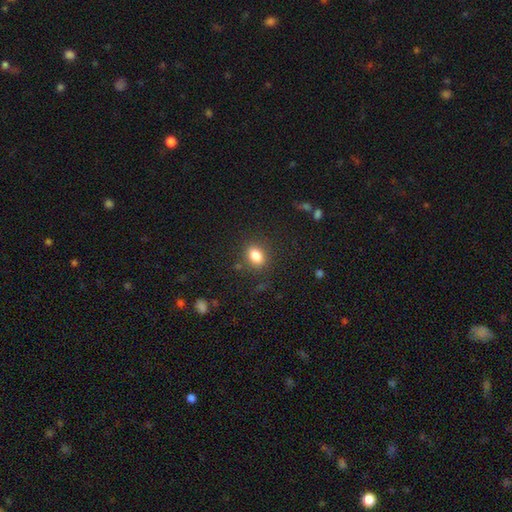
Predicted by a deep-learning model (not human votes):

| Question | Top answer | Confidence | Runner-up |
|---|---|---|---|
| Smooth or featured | smooth | 83% | star or artifact (10%) |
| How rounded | in between | 73% | round (25%) |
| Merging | none | 84% | minor disturbance (11%) |